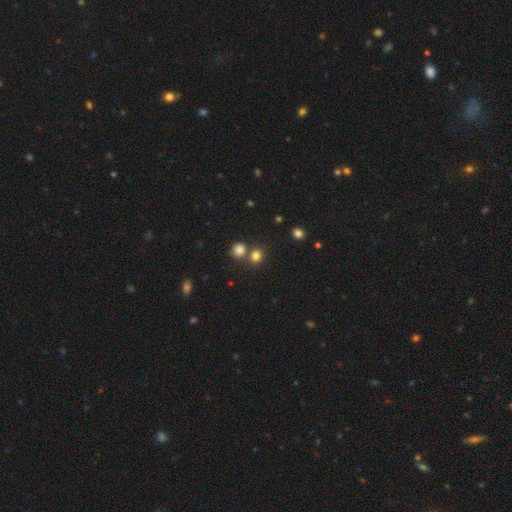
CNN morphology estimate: This is likely a smooth galaxy (79%). How rounded: likely round (73%). Merging: likely none (62%).